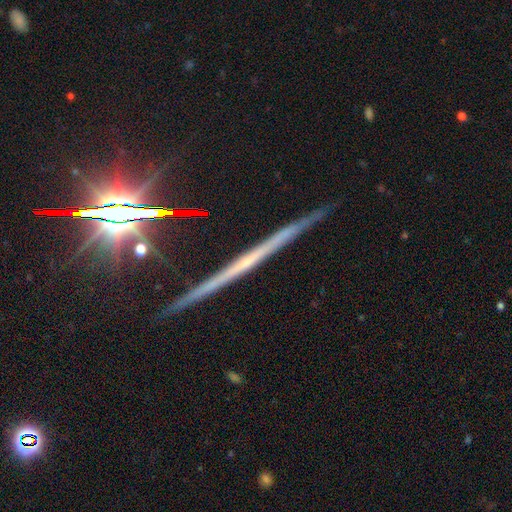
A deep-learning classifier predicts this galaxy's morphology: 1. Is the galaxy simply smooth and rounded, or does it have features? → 65% featured or disk, 19% smooth, 17% star or artifact.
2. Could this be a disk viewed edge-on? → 97% yes, 3% no.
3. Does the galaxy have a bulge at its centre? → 76% none, 17% rounded, 7% boxy.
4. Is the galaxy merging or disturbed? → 90% none, 7% minor disturbance, 1% major disturbance, 1% merger.